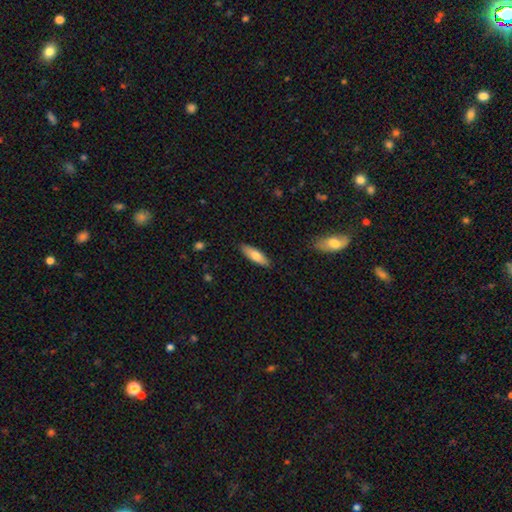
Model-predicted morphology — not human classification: This is likely a smooth galaxy (71%). How rounded: possibly in between (50%). Merging: clearly none (88%).